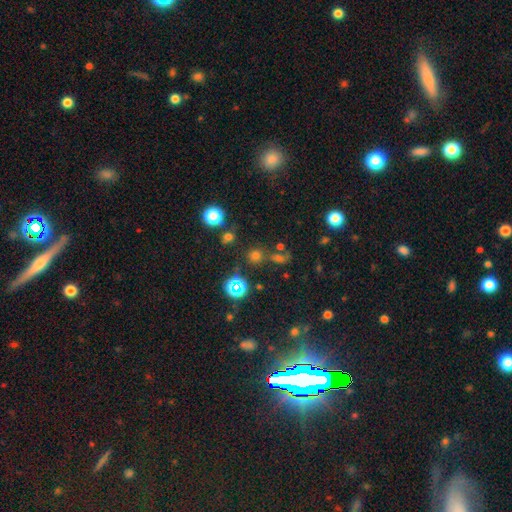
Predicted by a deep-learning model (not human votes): The model was most divided on "smooth or featured": smooth: 53%, star or artifact: 40%, featured or disk: 8%. More confident: how rounded — round (87%); merging — none (73%).